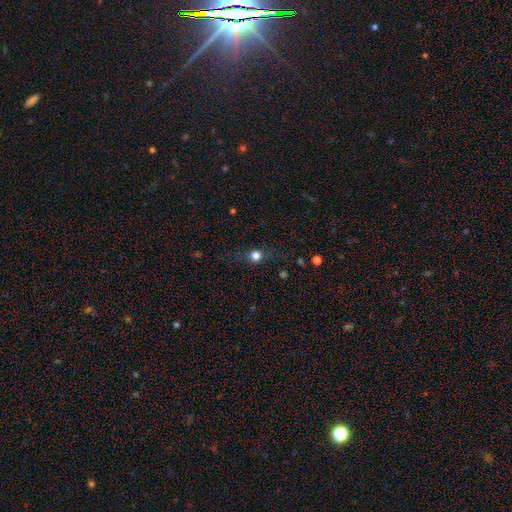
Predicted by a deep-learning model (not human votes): smooth 67%, star or artifact 18%, featured or disk 15%. Down the decision tree: how rounded — round (81%); merging — none (81%).